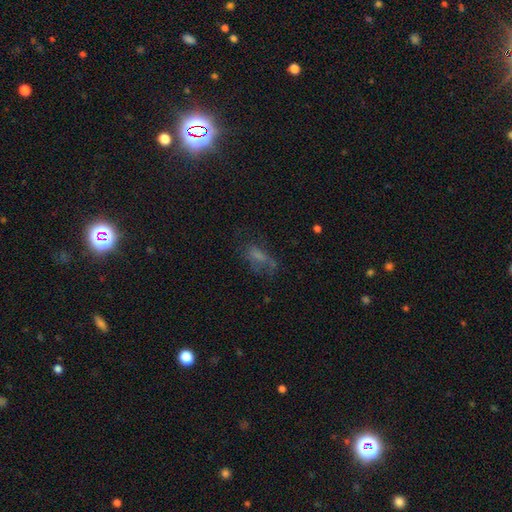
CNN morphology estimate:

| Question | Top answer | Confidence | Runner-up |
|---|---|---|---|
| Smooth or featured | smooth | 37% | star or artifact (34%) |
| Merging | none | 49% | major disturbance (25%) |